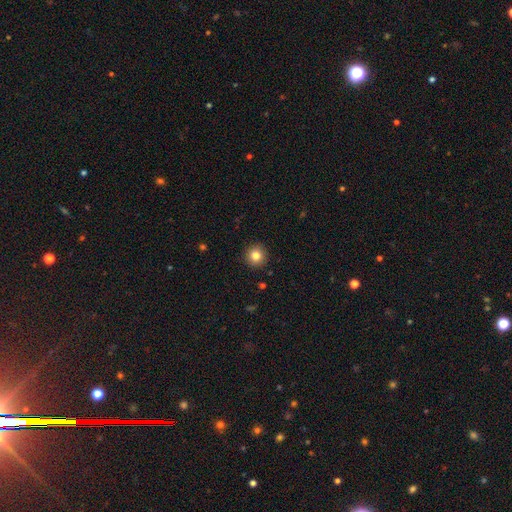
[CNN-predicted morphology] Smooth or featured: smooth — 82% (star or artifact — 11%)
How rounded: round — 95% (in between — 4%)
Merging: none — 92% (minor disturbance — 5%)